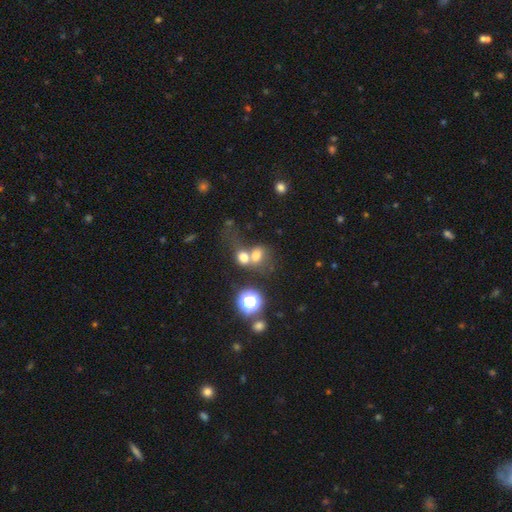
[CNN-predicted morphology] type=smooth (67%); roundness=round (52%); merging=merger (52%).